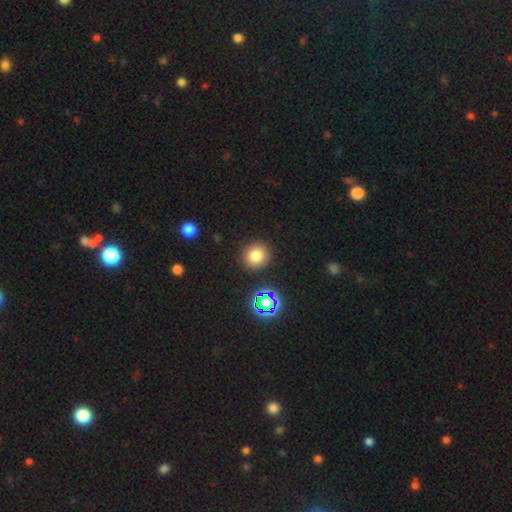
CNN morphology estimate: smooth-or-featured: smooth: 78% | star or artifact: 16% | featured or disk: 7%
  how-rounded: round: 89% | in between: 10% | cigar-shaped: 1%
  merging: none: 90% | minor disturbance: 6% | major disturbance: 2% | merger: 2%